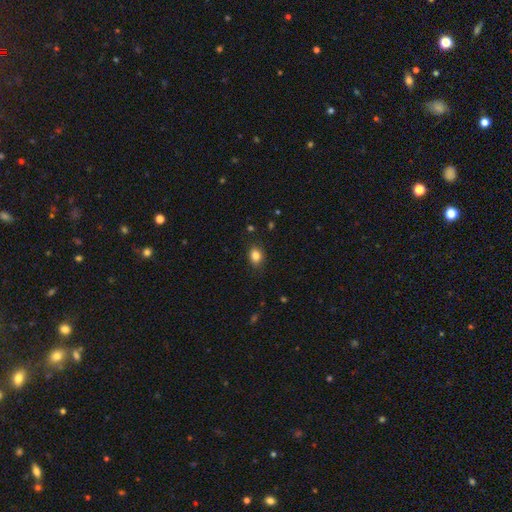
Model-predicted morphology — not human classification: A smooth galaxy with no disk features (84%) that is in between round and cigar-shaped (67%).

Vote fractions:
- Smooth or featured? smooth: 84% / star or artifact: 10% / featured or disk: 6%
- How rounded? in between: 67% / round: 31% / cigar-shaped: 1%
- Merging? none: 84% / minor disturbance: 12% / major disturbance: 3% / merger: 1%